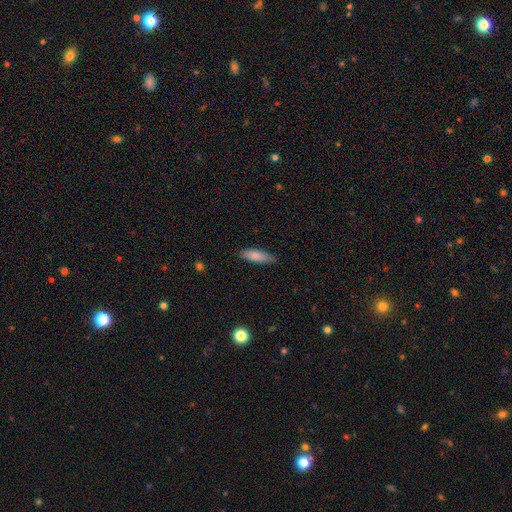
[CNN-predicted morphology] This appears to be a smooth galaxy with no disk features (84%) that is cigar-shaped (52%). Merging: none (83%).